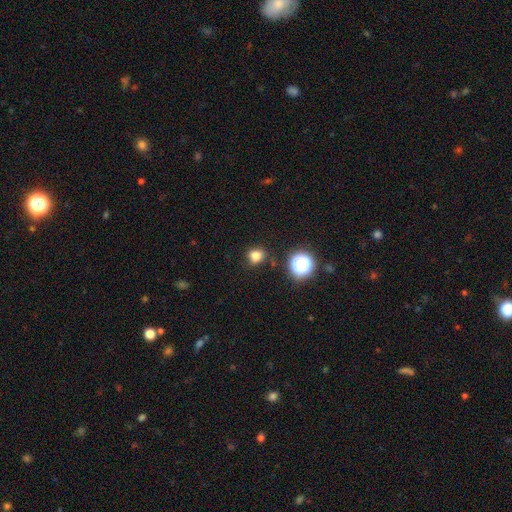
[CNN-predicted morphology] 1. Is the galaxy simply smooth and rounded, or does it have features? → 79% smooth, 16% star or artifact, 5% featured or disk.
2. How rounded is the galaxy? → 73% round, 26% in between, 1% cigar-shaped.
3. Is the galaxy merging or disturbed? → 82% none, 12% minor disturbance, 3% major disturbance, 3% merger.